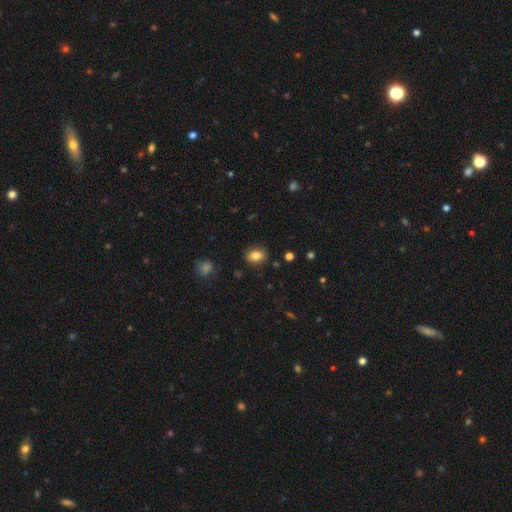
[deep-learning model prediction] smooth 83%, star or artifact 10%, featured or disk 8%. Down the decision tree: how rounded — in between (72%); merging — none (86%).